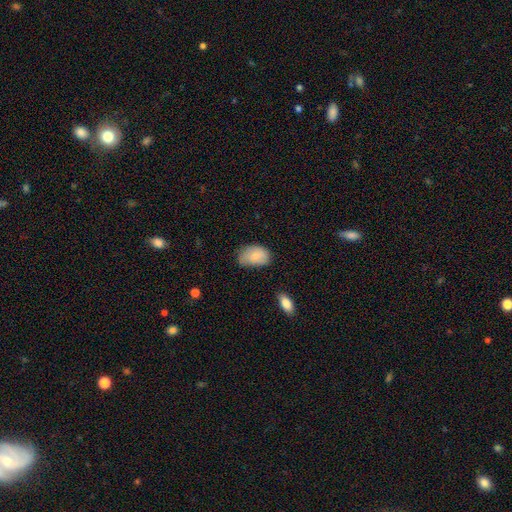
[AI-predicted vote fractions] Smooth or featured? Predicted: smooth (p=0.85). How rounded? Predicted: in between (p=0.90). Merging? Predicted: none (p=0.54).